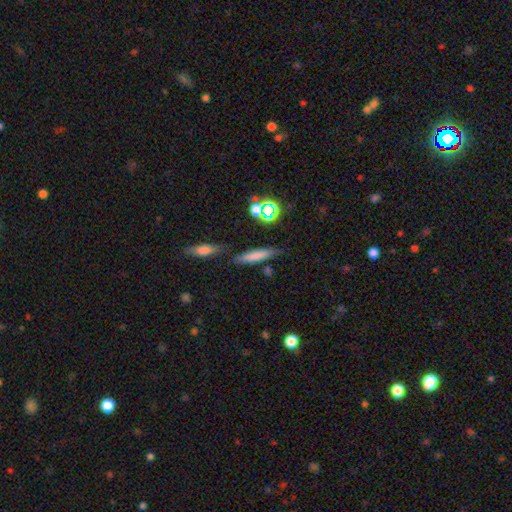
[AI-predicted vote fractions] Smooth or featured?
  - smooth: 71% *
  - featured or disk: 17%
  - star or artifact: 11%
How rounded?
  - cigar-shaped: 83% *
  - in between: 14%
  - round: 3%
Merging?
  - none: 73% *
  - minor disturbance: 15%
  - merger: 8%
  - major disturbance: 4%